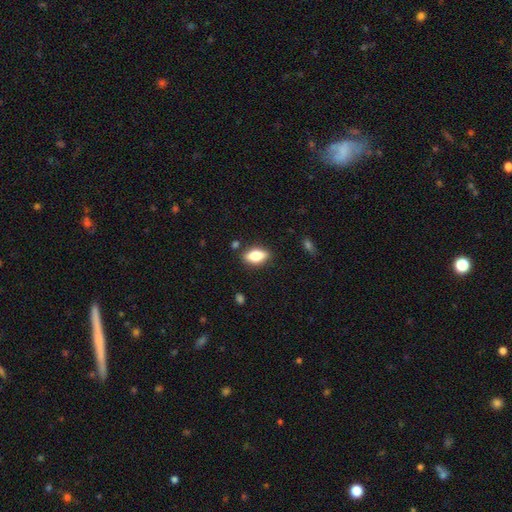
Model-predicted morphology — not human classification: Overall: smooth (77%). How rounded: in between (86%). Merging: none (84%).